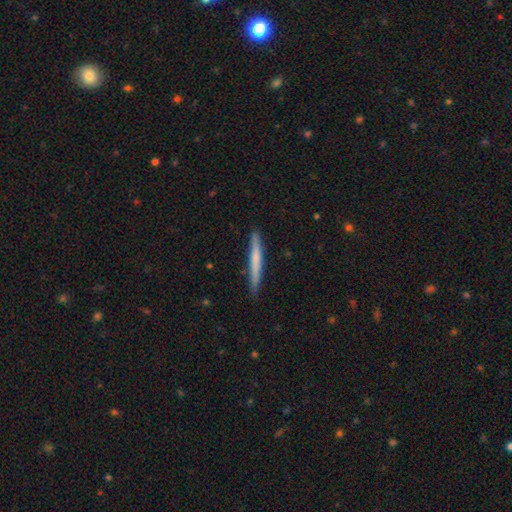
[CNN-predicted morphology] The model was most divided on "smooth or featured": smooth: 49%, featured or disk: 44%, star or artifact: 8%. More confident: merging — none (90%).